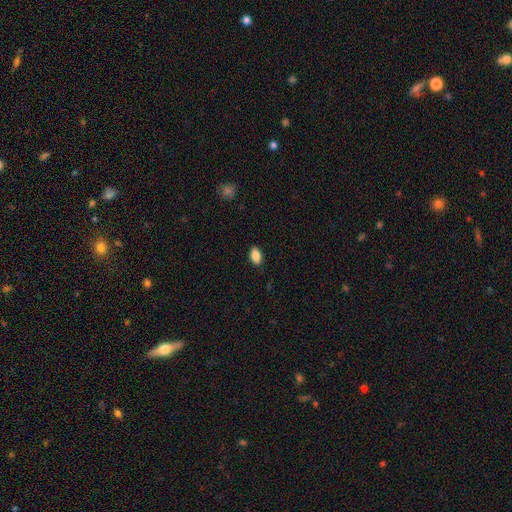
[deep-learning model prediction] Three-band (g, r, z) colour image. It shows a smooth galaxy with no disk features (86%) that is in between round and cigar-shaped (91%). Merging: none (88%).